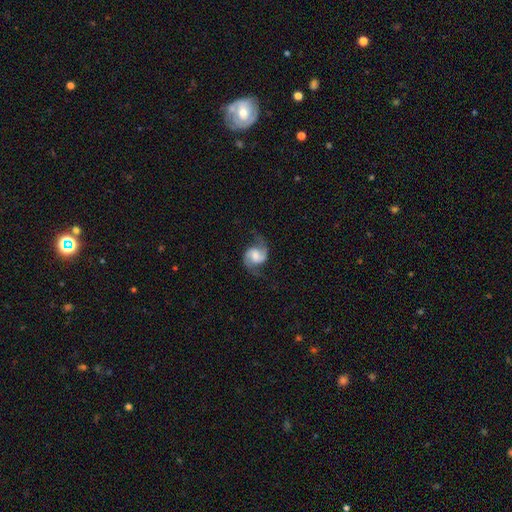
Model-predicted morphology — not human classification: Smooth or featured?
  - featured or disk: 85% *
  - smooth: 9%
  - star or artifact: 6%
Edge-on disk?
  - no: 98% *
  - yes: 2%
Bar?
  - weak: 45% *
  - no: 40%
  - strong: 15%
Spiral arms?
  - yes: 97% *
  - no: 3%
Spiral winding?
  - medium: 46% *
  - loose: 42%
  - tight: 12%
Spiral arm count?
  - 2: 93% *
  - can't tell: 2%
  - 1: 2%
  - 3: 1%
  - 4: 1%
  - more than 4: 1%
Bulge size?
  - moderate: 44% *
  - small: 24%
  - large: 17%
  - none: 12%
  - dominant: 3%
Merging?
  - none: 74% *
  - minor disturbance: 16%
  - major disturbance: 8%
  - merger: 1%